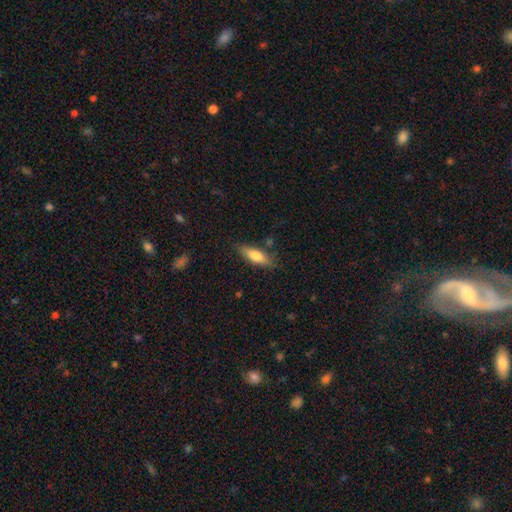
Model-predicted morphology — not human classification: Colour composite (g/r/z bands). It shows a smooth galaxy with no disk features (71%) that is in between round and cigar-shaped (53%). Merging: none (80%).